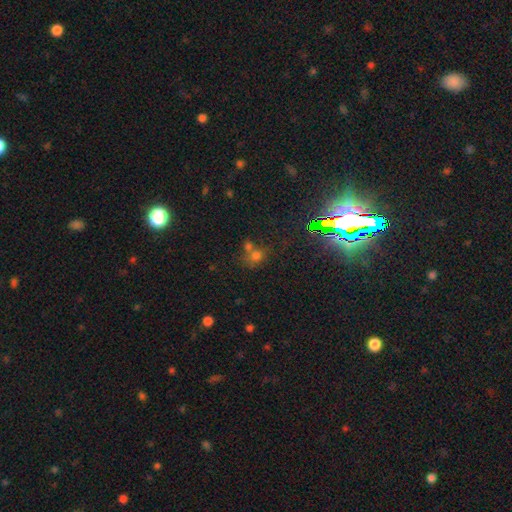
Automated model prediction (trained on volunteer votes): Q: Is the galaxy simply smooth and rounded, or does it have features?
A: smooth — 56%.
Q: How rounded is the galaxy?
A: round — 70%.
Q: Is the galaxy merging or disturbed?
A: none — 45%.